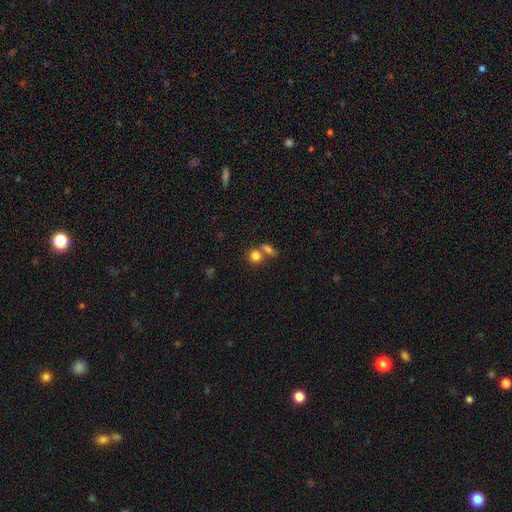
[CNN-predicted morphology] smooth 80%, star or artifact 11%, featured or disk 9%. Down the decision tree: how rounded — round (80%); merging — none (49%).